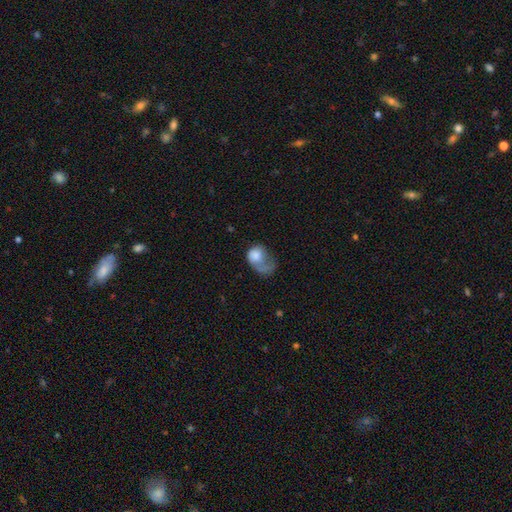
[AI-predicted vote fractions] Smooth or featured? smooth (62%)
How rounded? in between (52%)
Merging? major disturbance (61%)